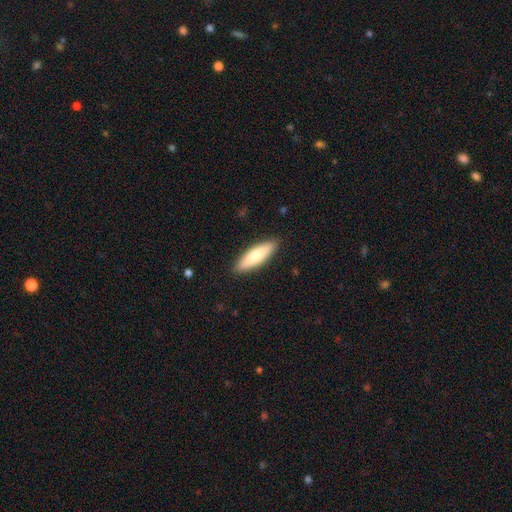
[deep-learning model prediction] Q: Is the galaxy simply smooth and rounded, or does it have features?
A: smooth — 75%.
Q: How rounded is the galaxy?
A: cigar-shaped — 60%.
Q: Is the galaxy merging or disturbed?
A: none — 89%.